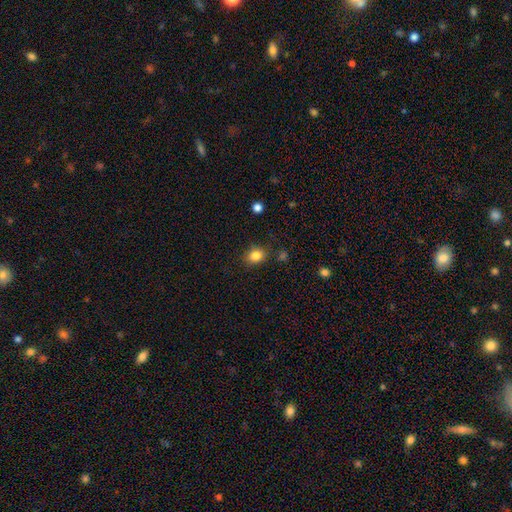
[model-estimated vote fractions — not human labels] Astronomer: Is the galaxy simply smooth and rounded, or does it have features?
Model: smooth — 84%.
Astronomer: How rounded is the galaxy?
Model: round — 51% (runner-up: in between, 48%).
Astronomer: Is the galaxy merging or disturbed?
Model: none — 83%.